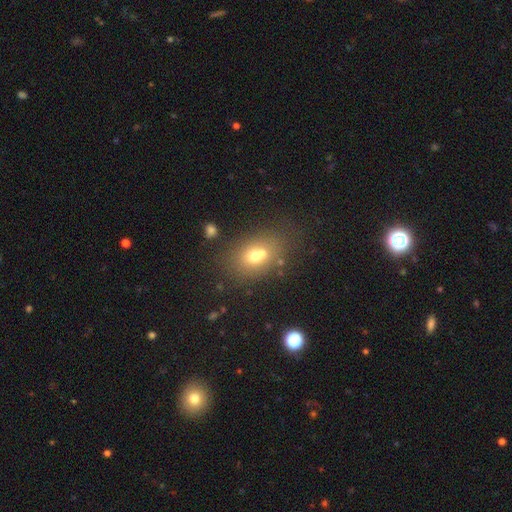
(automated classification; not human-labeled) This is likely a smooth galaxy (65%). How rounded: likely in between (67%). Merging: possibly none (48%).